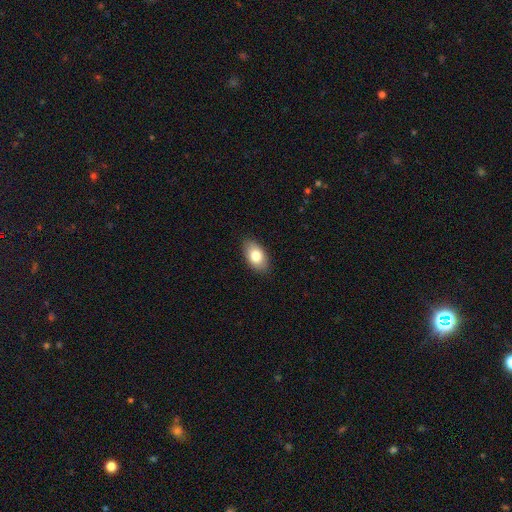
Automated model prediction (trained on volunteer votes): This is clearly a smooth galaxy (81%). How rounded: clearly in between (93%). Merging: clearly none (88%).